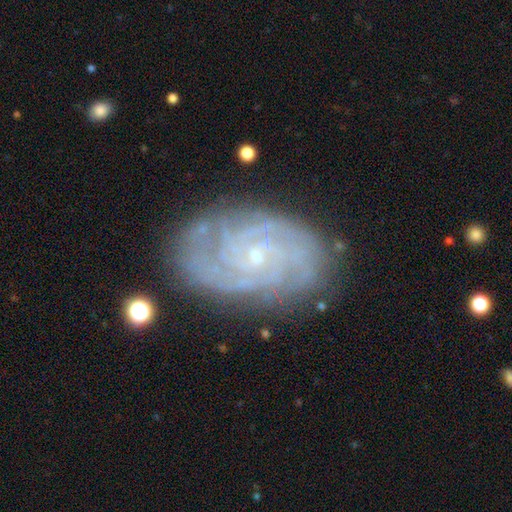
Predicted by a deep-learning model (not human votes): Smooth or featured? Predicted: featured or disk (p=0.90). Edge-on disk? Predicted: no (p=0.97). Bar? Predicted: no (p=0.70). Spiral arms? Predicted: yes (p=0.98). Spiral winding? Predicted: tight (p=0.78). Spiral arm count? Predicted: 3 (p=0.23). Bulge size? Predicted: small (p=0.85). Merging? Predicted: none (p=0.80).